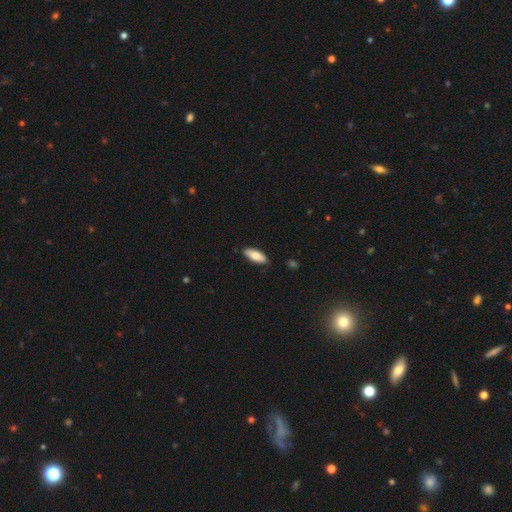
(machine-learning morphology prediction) type=smooth (81%); roundness=in between (74%); merging=none (84%).